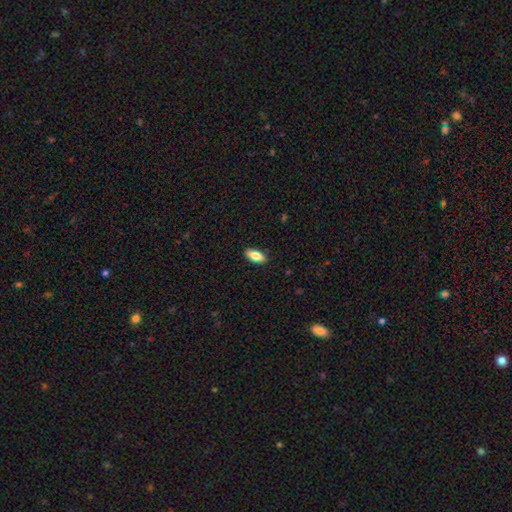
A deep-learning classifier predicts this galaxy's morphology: This is likely a smooth galaxy (78%). How rounded: clearly in between (83%). Merging: clearly none (89%).